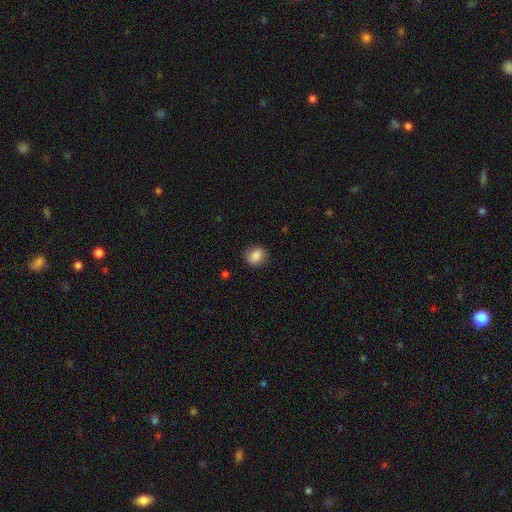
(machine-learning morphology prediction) smooth 84%, star or artifact 8%, featured or disk 7%. Down the decision tree: how rounded — round (50%); merging — none (83%).